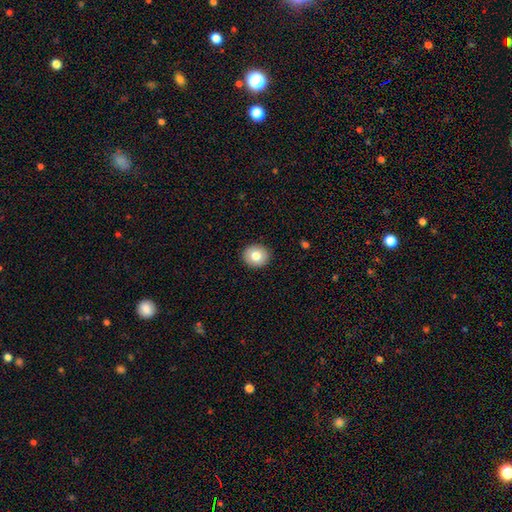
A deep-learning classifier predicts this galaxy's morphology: smooth_or_featured: smooth (p=0.80) [alt: featured or disk p=0.12]
how_rounded: round (p=0.77) [alt: in between p=0.22]
merging: none (p=0.92) [alt: minor disturbance p=0.06]